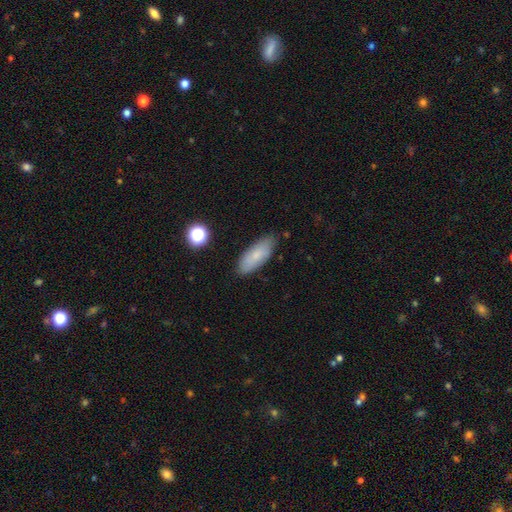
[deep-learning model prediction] The model was most divided on "how rounded": in between: 74%, cigar-shaped: 23%, round: 2%. More confident: merging — none (83%); smooth or featured — smooth (77%).